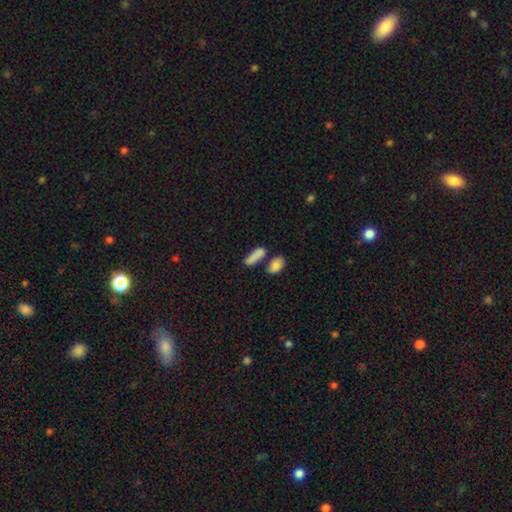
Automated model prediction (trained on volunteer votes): A smooth galaxy with no disk features (82%) that is in between round and cigar-shaped (50%).

Vote fractions:
- Smooth or featured? smooth: 82% / featured or disk: 9% / star or artifact: 8%
- How rounded? in between: 50% / cigar-shaped: 45% / round: 5%
- Merging? none: 51% / merger: 30% / minor disturbance: 13% / major disturbance: 6%